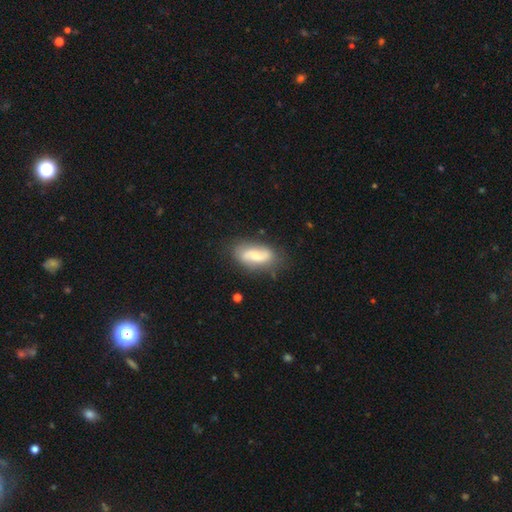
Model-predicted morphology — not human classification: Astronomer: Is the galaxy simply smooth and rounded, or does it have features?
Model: featured or disk — 51% (runner-up: smooth, 42%).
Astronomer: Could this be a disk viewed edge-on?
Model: no — 92%.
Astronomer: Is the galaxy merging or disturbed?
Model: none — 70%.